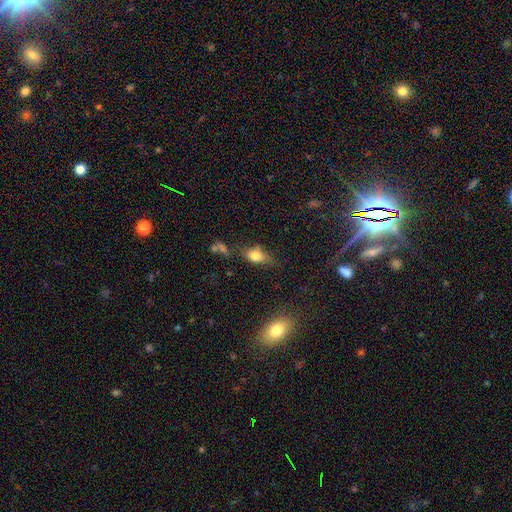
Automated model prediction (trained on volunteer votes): The model was most divided on "merging": none: 55%, minor disturbance: 25%, merger: 11%, major disturbance: 9%. More confident: how rounded — in between (80%); smooth or featured — smooth (74%).